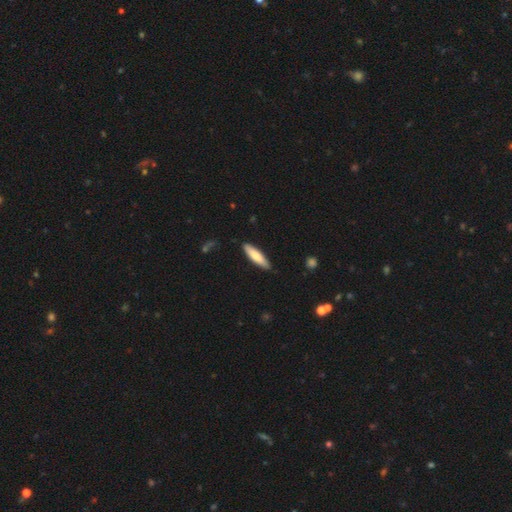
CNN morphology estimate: This appears to be a smooth galaxy with no disk features (76%) that is cigar-shaped (71%). Merging: none (87%).